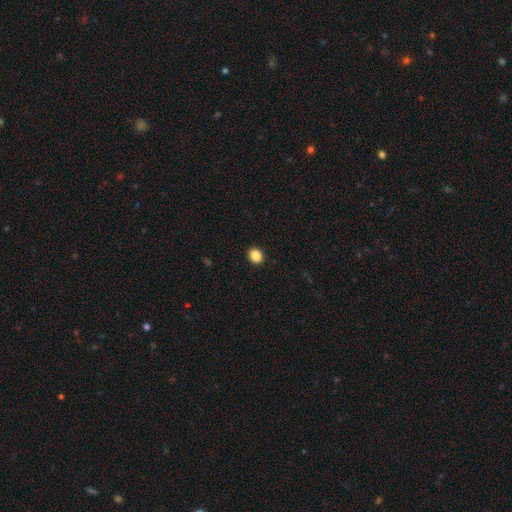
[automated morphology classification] Smooth or featured: smooth — 88% (star or artifact — 9%)
How rounded: round — 51% (in between — 48%)
Merging: none — 92% (minor disturbance — 5%)